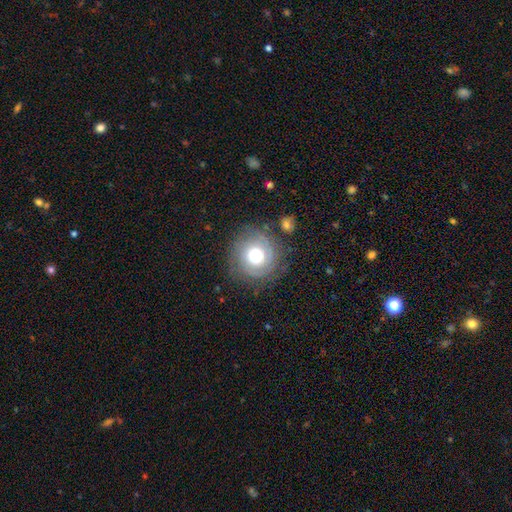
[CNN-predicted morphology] Overall: featured or disk (48%; smooth 43%). Merging: none (75%).